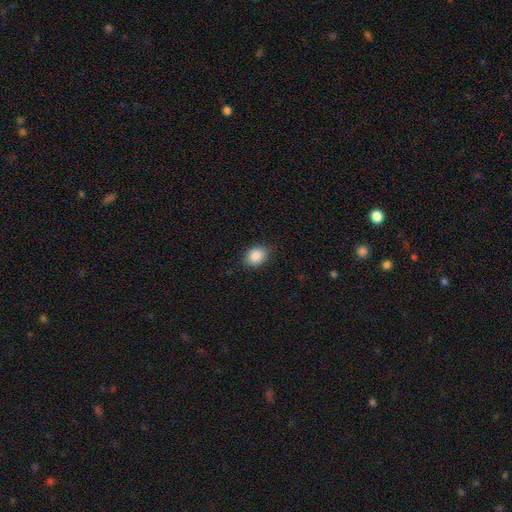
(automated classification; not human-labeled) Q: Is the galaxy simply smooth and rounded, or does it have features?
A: smooth — 88%.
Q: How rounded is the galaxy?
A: in between — 63%.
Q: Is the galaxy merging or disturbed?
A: none — 78%.